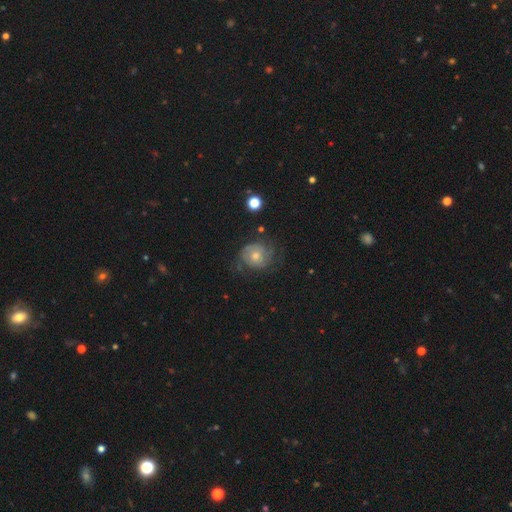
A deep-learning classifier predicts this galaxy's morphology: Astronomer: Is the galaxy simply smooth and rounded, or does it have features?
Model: featured or disk — 69%.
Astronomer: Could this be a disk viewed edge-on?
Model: no — 97%.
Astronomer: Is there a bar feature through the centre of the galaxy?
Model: no — 77%.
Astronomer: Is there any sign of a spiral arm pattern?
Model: yes — 89%.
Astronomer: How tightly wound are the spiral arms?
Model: tight — 60%.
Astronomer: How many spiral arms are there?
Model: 2 — 37% (runner-up: can't tell, 34%).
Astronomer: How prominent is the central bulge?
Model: moderate — 59%.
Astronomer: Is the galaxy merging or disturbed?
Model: none — 68%.